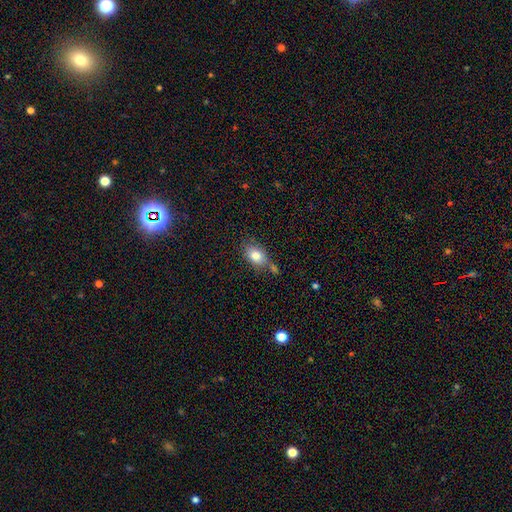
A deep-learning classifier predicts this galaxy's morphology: smooth_or_featured: smooth (p=0.81) [alt: featured or disk p=0.11]
how_rounded: in between (p=0.81) [alt: round p=0.18]
merging: none (p=0.57) [alt: minor disturbance p=0.20]